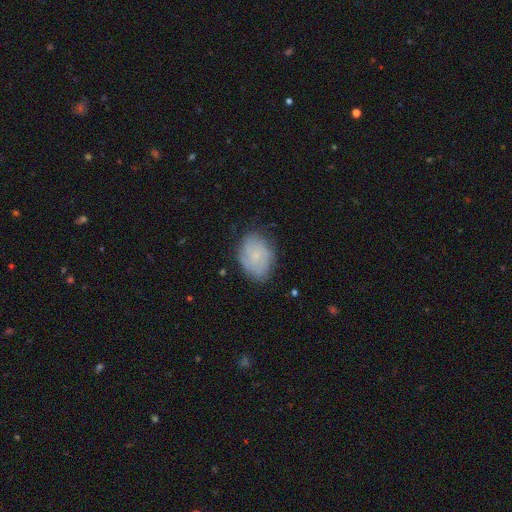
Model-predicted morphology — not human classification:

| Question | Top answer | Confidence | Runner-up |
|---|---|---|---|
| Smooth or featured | featured or disk | 46% | tied: smooth (46%) |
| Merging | none | 73% | minor disturbance (20%) |